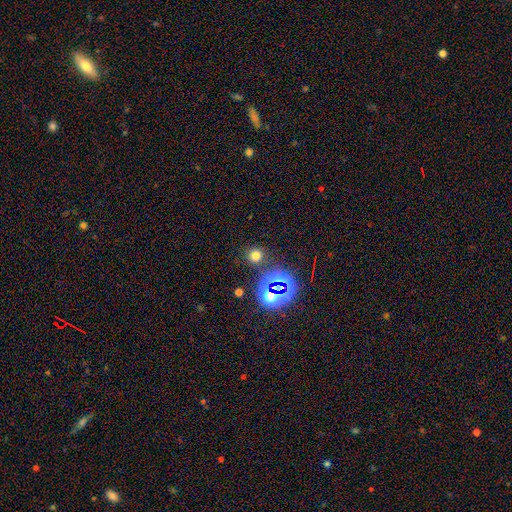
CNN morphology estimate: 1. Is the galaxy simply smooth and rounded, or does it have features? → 63% smooth, 30% star or artifact, 7% featured or disk.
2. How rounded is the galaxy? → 91% round, 8% in between, 1% cigar-shaped.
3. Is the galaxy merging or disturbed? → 86% none, 7% minor disturbance, 4% merger, 4% major disturbance.